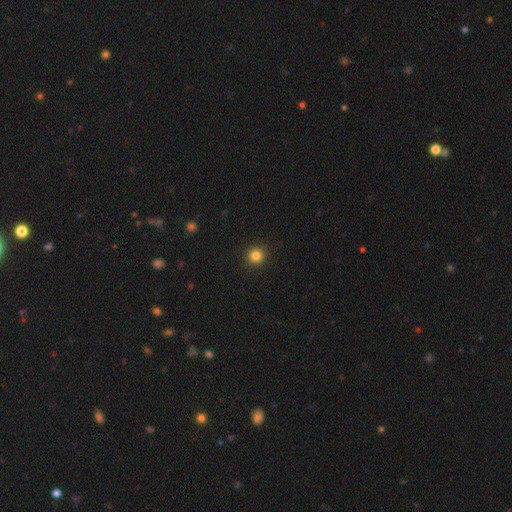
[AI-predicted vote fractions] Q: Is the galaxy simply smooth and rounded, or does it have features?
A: smooth — 83%.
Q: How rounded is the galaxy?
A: round — 93%.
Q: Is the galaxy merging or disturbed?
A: none — 93%.